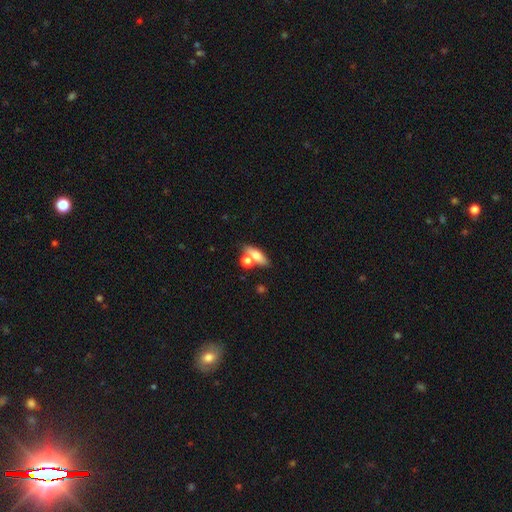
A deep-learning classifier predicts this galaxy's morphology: Smooth or featured: smooth — 65% (featured or disk — 26%)
How rounded: in between — 59% (cigar-shaped — 29%)
Merging: none — 50% (merger — 34%)